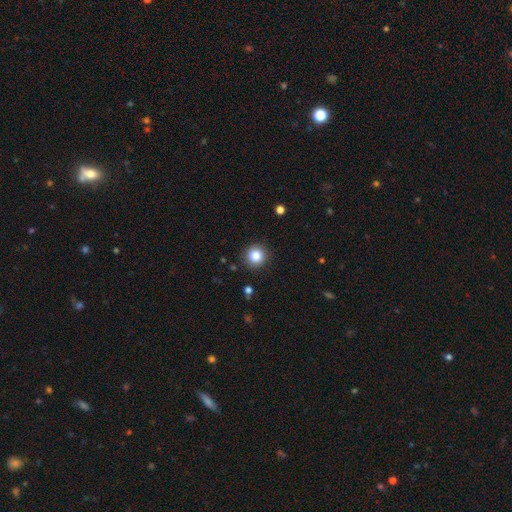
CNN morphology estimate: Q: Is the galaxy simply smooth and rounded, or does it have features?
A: smooth — 83%.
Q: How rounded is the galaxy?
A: round — 94%.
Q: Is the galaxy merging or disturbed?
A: none — 91%.